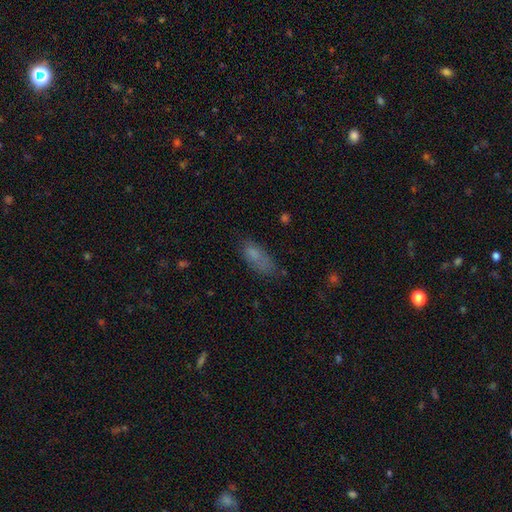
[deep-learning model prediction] Overall: smooth (72%). How rounded: in between (80%). Merging: none (52%; minor disturbance 28%).